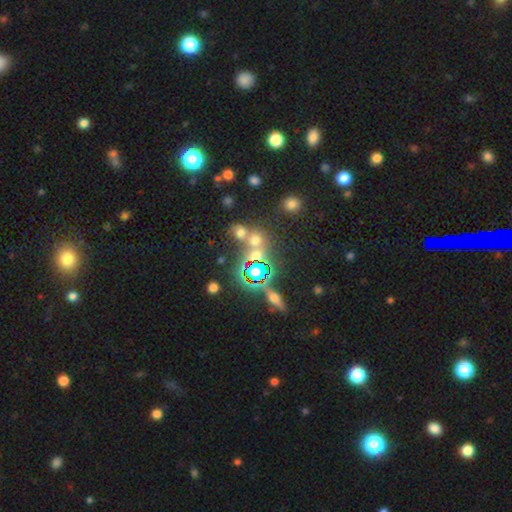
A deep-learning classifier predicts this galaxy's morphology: This appears to be a smooth galaxy with no disk features (44%). Merging: none (53%).